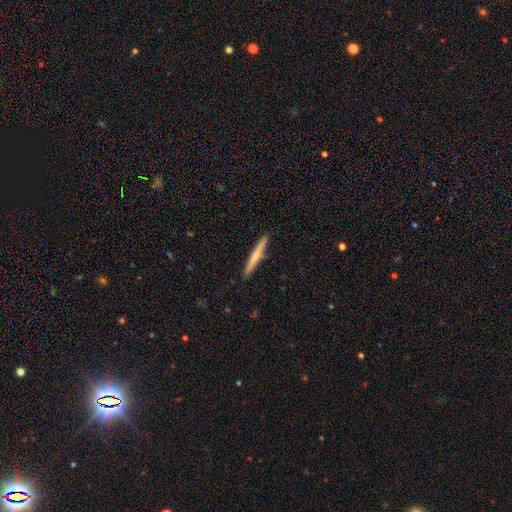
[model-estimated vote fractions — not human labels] A smooth galaxy with no disk features (56%) that is cigar-shaped (96%).

Vote fractions:
- Smooth or featured? smooth: 56% / featured or disk: 38% / star or artifact: 6%
- How rounded? cigar-shaped: 96% / in between: 3% / round: 1%
- Merging? none: 91% / minor disturbance: 7% / major disturbance: 1% / merger: 1%